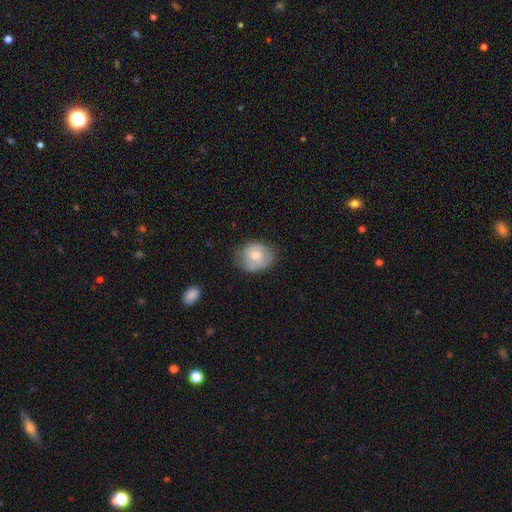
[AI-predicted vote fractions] smooth-or-featured: smooth: 64% | featured or disk: 29% | star or artifact: 7%
  how-rounded: round: 60% | in between: 39% | cigar-shaped: 1%
  merging: none: 65% | minor disturbance: 27% | major disturbance: 7% | merger: 2%